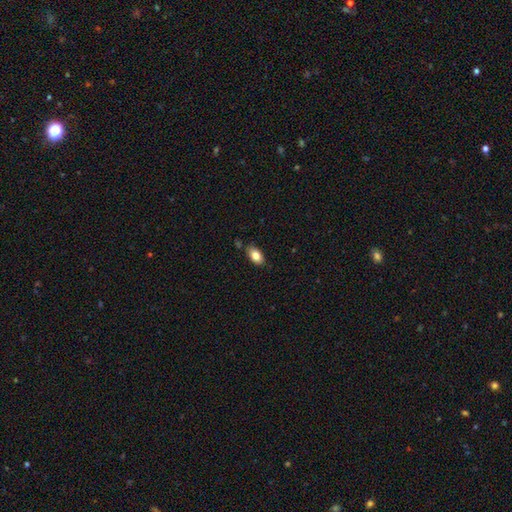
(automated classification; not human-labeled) The model was most divided on "merging": none: 81%, minor disturbance: 14%, merger: 3%, major disturbance: 2%. More confident: how rounded — in between (91%); smooth or featured — smooth (82%).